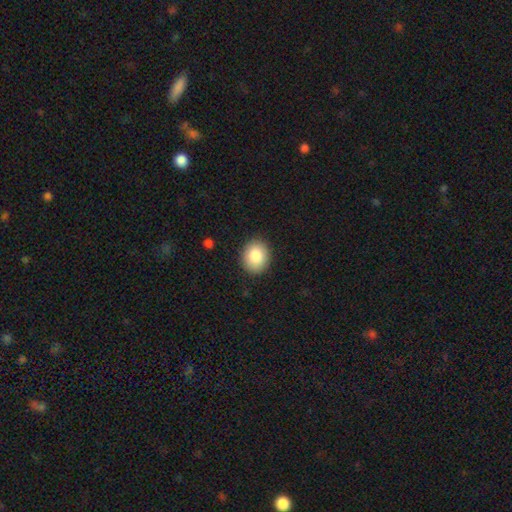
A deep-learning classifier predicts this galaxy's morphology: smooth-or-featured: smooth: 85% | star or artifact: 7% | featured or disk: 7%
  how-rounded: round: 57% | in between: 42% | cigar-shaped: 1%
  merging: none: 89% | minor disturbance: 8% | major disturbance: 2% | merger: 1%